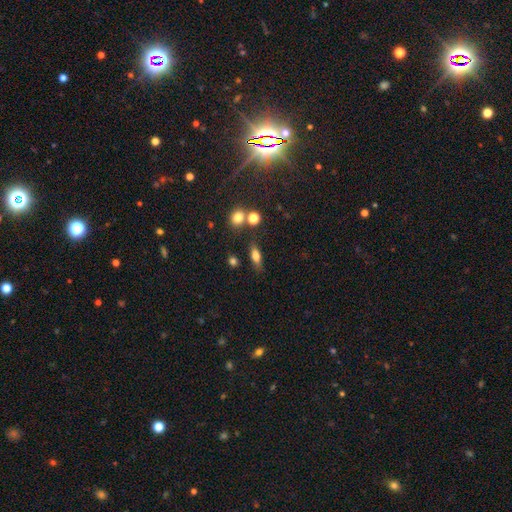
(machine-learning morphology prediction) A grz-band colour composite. It shows a smooth galaxy with no disk features (73%) that is in between round and cigar-shaped (68%). Merging: none (74%).